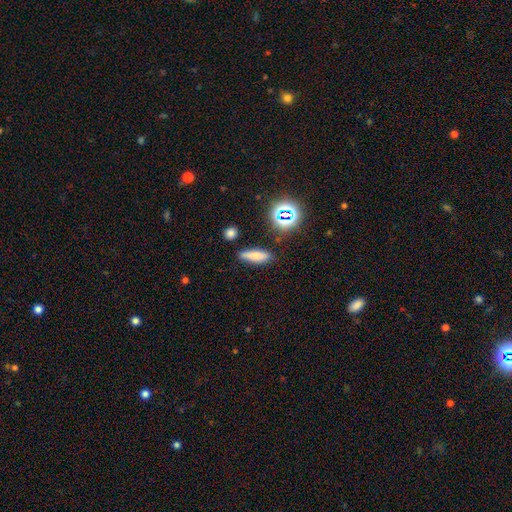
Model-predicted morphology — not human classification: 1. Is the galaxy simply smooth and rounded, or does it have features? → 71% smooth, 15% featured or disk, 14% star or artifact.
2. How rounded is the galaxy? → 57% cigar-shaped, 37% in between, 6% round.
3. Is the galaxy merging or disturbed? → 81% none, 12% minor disturbance, 3% merger, 3% major disturbance.